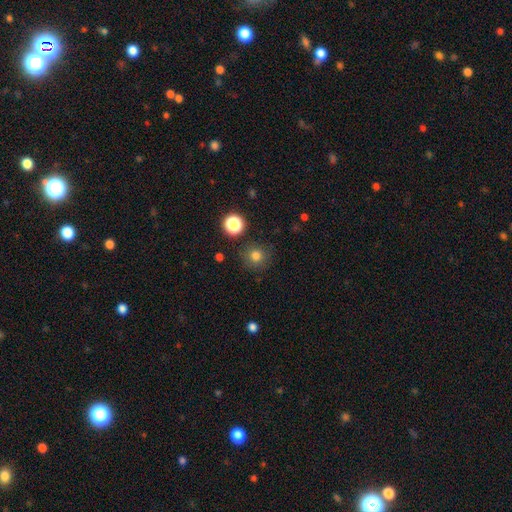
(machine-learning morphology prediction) Q: Smooth or featured?
A: smooth (79%); runner-up: star or artifact (15%)
Q: How rounded?
A: round (92%); runner-up: in between (7%)
Q: Merging?
A: none (86%); runner-up: minor disturbance (9%)